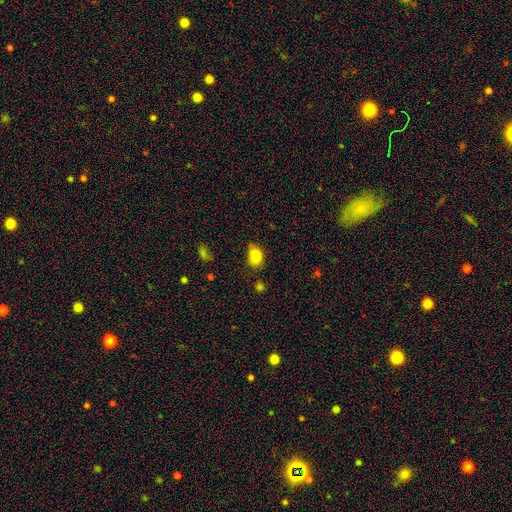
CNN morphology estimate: smooth 84%, star or artifact 9%, featured or disk 7%. Down the decision tree: how rounded — in between (68%); merging — none (60%).